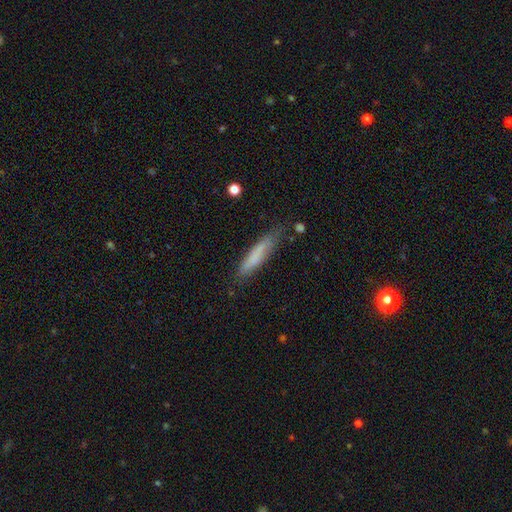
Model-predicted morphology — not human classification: Overall: smooth (73%). How rounded: cigar-shaped (86%). Merging: none (70%).